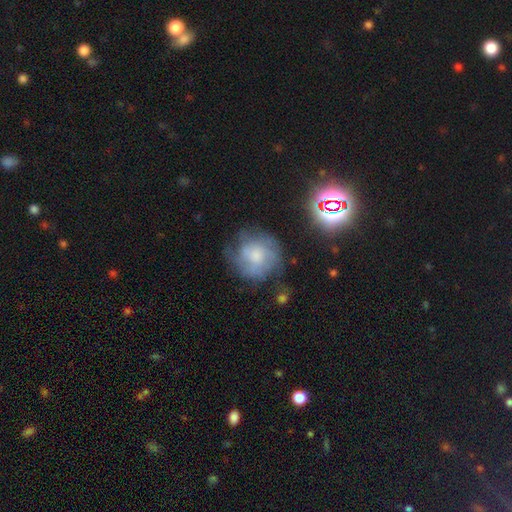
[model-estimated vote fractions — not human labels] featured or disk 46%, smooth 43%, star or artifact 11%. Down the decision tree: merging — none (58%).